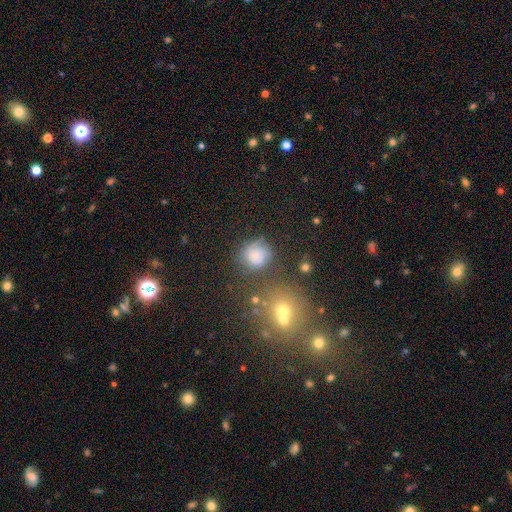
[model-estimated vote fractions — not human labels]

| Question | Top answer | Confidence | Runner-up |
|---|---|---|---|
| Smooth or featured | smooth | 62% | featured or disk (23%) |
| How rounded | round | 83% | in between (16%) |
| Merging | none | 58% | minor disturbance (22%) |